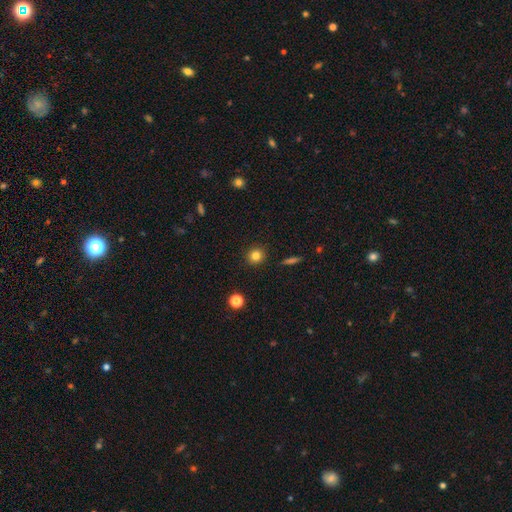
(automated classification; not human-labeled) Smooth or featured: smooth — 81% (star or artifact — 13%)
How rounded: round — 91% (in between — 8%)
Merging: none — 92% (minor disturbance — 5%)